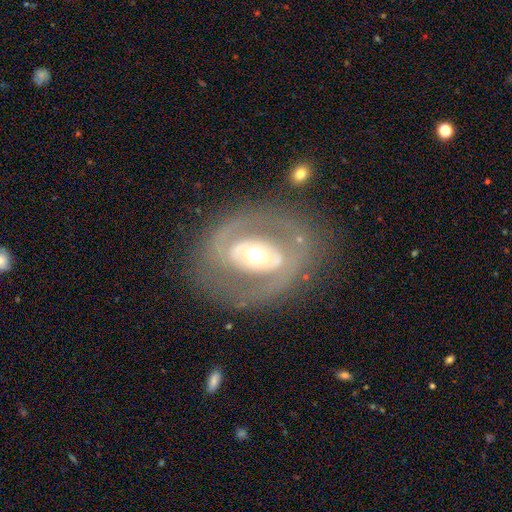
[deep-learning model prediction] Overall: featured or disk (73%). Edge-on disk: no (95%). Bar: no (54%; weak 26%). Spiral arms: no (55%; yes 45%). Bulge size: moderate (62%; large 24%). Merging: none (75%).